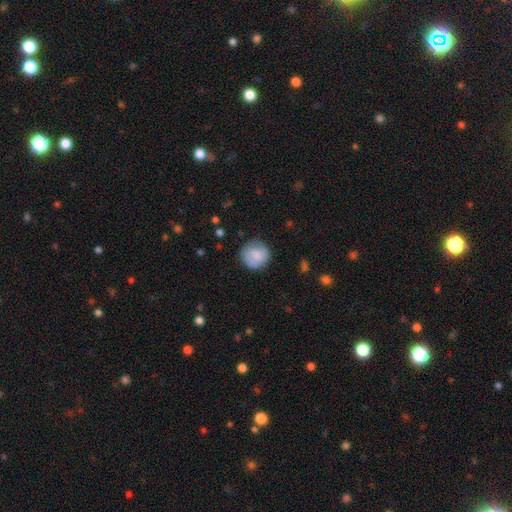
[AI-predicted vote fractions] Smooth or featured?
  - smooth: 75% *
  - featured or disk: 18%
  - star or artifact: 7%
How rounded?
  - round: 92% *
  - in between: 7%
  - cigar-shaped: 1%
Merging?
  - none: 76% *
  - minor disturbance: 17%
  - major disturbance: 5%
  - merger: 1%